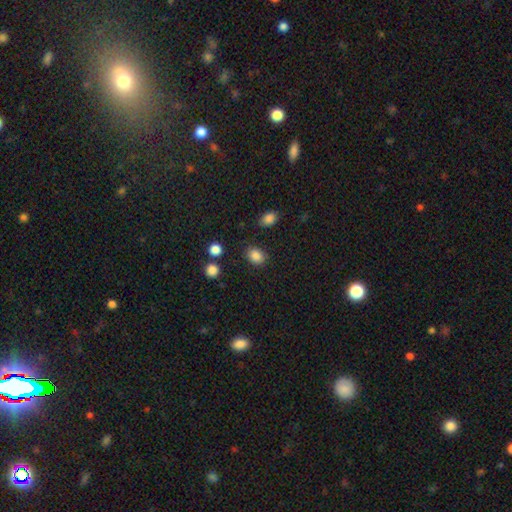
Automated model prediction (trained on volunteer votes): This appears to be a smooth galaxy with no disk features (85%) that is in between round and cigar-shaped (60%). Merging: none (81%).